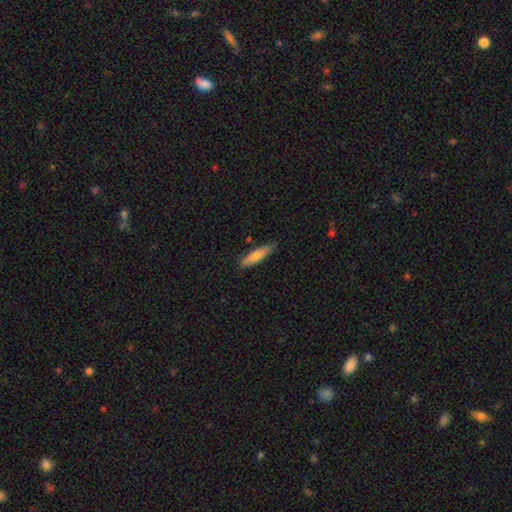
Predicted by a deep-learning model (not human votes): Smooth or featured? smooth (68%)
How rounded? cigar-shaped (83%)
Merging? none (85%)